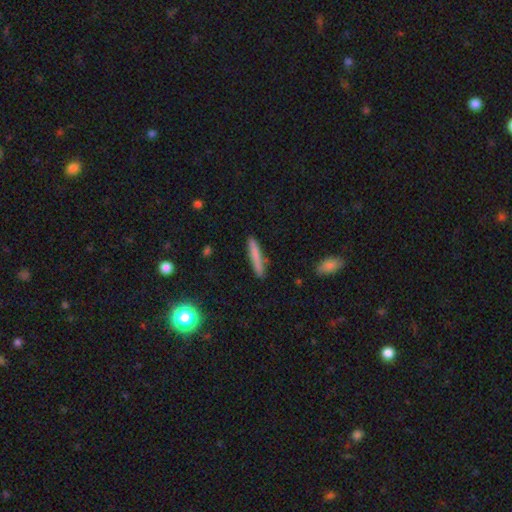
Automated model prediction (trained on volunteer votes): smooth 77%, featured or disk 16%, star or artifact 7%. Down the decision tree: how rounded — cigar-shaped (93%); merging — none (88%).